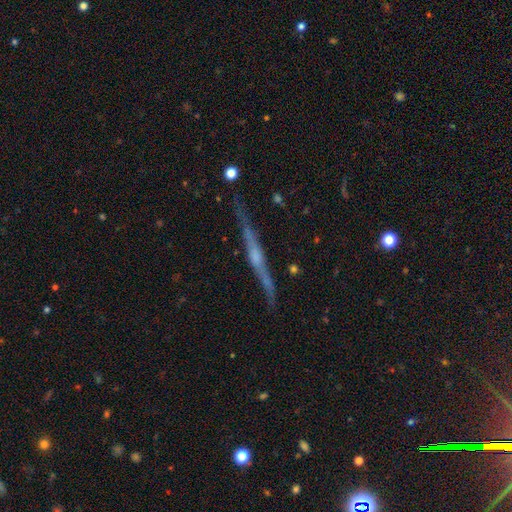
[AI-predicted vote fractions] The model was most divided on "edge-on bulge": rounded: 63%, none: 24%, boxy: 13%. More confident: edge-on disk — yes (97%); merging — none (84%); smooth or featured — featured or disk (80%).